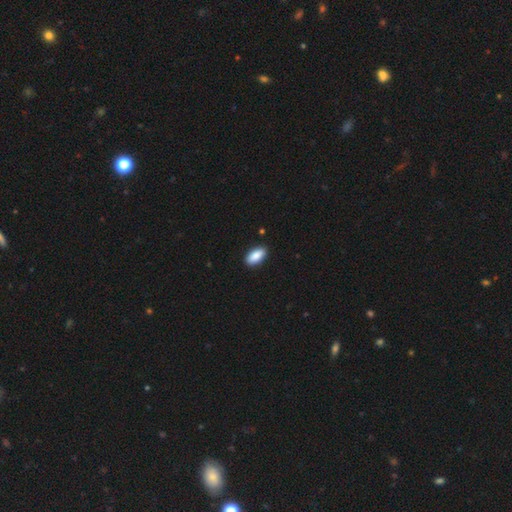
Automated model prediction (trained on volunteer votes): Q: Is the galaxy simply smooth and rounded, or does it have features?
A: smooth — 89%.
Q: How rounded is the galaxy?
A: in between — 91%.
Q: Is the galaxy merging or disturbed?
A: none — 90%.